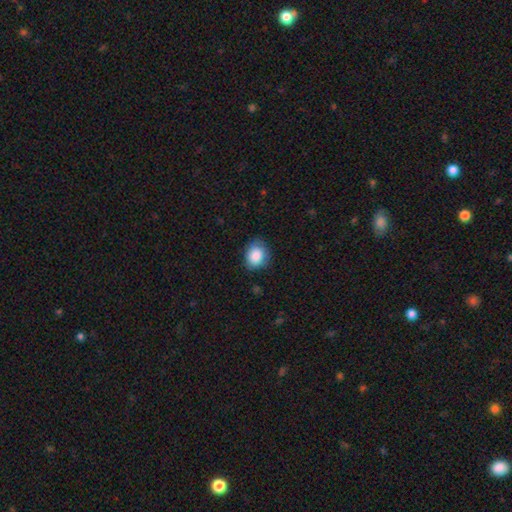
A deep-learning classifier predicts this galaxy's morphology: The model was most divided on "how rounded": round: 50%, in between: 49%, cigar-shaped: 1%. More confident: smooth or featured — smooth (87%); merging — none (73%).